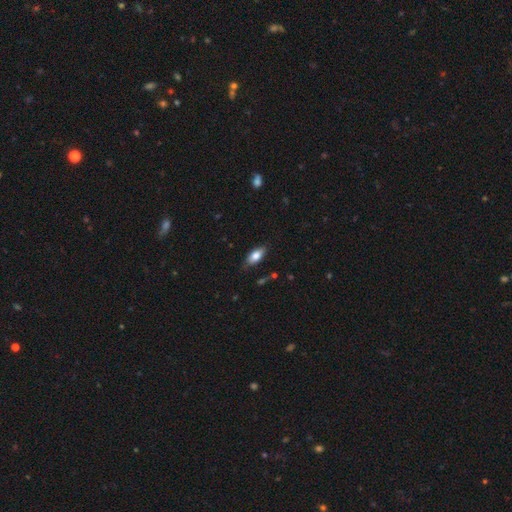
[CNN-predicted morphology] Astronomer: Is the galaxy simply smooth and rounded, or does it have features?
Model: smooth — 80%.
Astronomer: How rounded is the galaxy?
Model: in between — 88%.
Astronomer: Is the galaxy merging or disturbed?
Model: none — 80%.